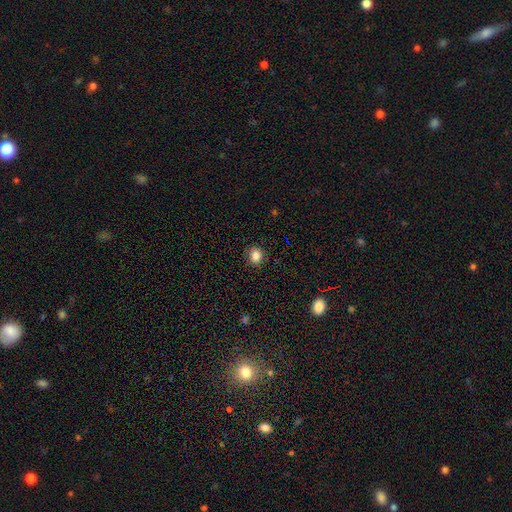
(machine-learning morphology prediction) A smooth galaxy with no disk features (84%) that is round (65%).

Vote fractions:
- Smooth or featured? smooth: 84% / star or artifact: 11% / featured or disk: 5%
- How rounded? round: 65% / in between: 34% / cigar-shaped: 1%
- Merging? none: 87% / minor disturbance: 10% / major disturbance: 2% / merger: 1%